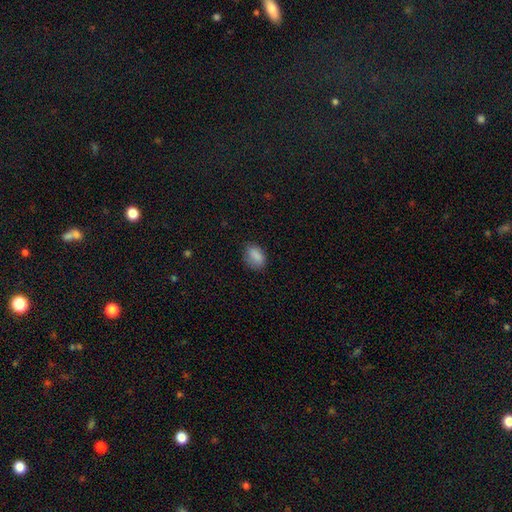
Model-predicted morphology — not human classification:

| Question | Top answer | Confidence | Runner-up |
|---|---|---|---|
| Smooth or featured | smooth | 86% | star or artifact (9%) |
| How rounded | in between | 83% | round (15%) |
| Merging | none | 76% | minor disturbance (18%) |